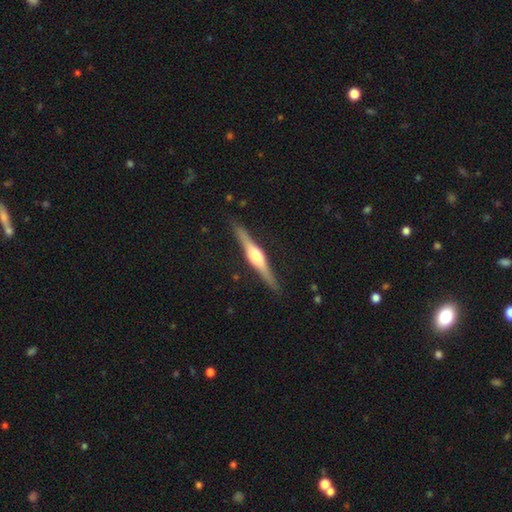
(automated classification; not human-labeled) smooth-or-featured: featured or disk: 78% | smooth: 16% | star or artifact: 5%
  disk-edge-on: yes: 98% | no: 2%
    edge-on-bulge: rounded: 87% | boxy: 10% | none: 3%
  merging: none: 89% | minor disturbance: 8% | major disturbance: 2% | merger: 1%